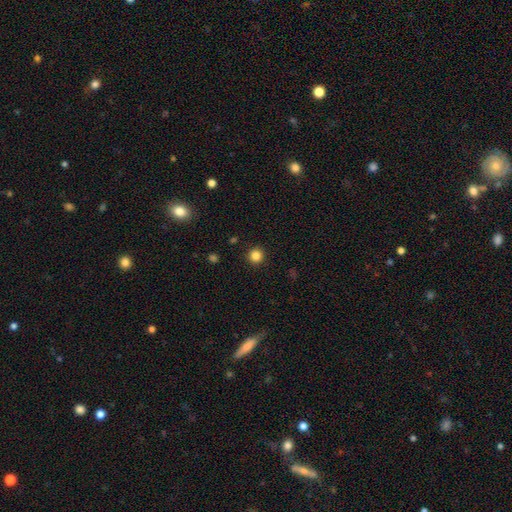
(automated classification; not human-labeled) Q: Smooth or featured?
A: smooth (84%); runner-up: star or artifact (12%)
Q: How rounded?
A: round (94%); runner-up: in between (5%)
Q: Merging?
A: none (92%); runner-up: minor disturbance (5%)